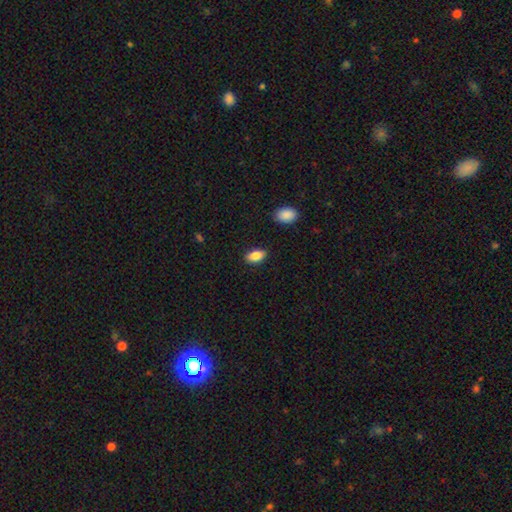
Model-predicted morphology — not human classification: Smooth or featured?
  - smooth: 85% *
  - star or artifact: 8%
  - featured or disk: 8%
How rounded?
  - in between: 91% *
  - round: 5%
  - cigar-shaped: 4%
Merging?
  - none: 87% *
  - minor disturbance: 10%
  - major disturbance: 2%
  - merger: 2%